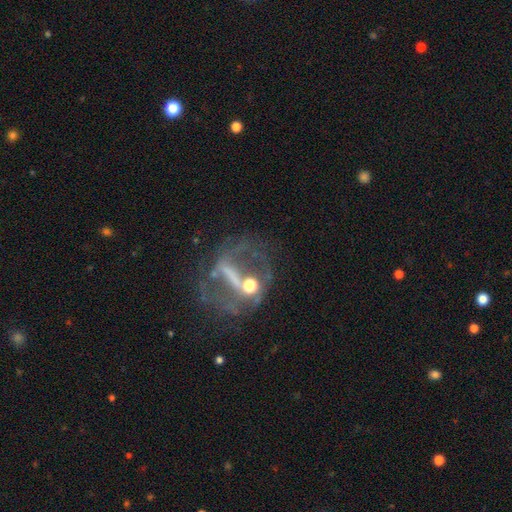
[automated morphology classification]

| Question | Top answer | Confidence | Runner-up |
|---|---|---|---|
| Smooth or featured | featured or disk | 71% | star or artifact (17%) |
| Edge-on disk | no | 84% | yes (16%) |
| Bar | strong | 49% | weak (26%) |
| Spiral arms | no | 57% | yes (43%) |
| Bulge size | small | 42% | moderate (31%) |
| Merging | none | 50% | major disturbance (24%) |